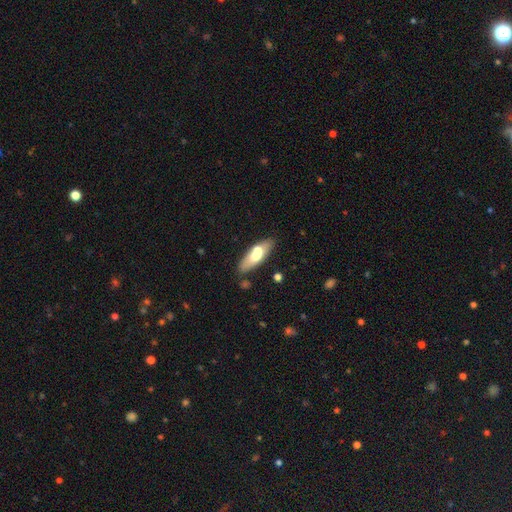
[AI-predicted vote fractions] Overall: smooth (59%; featured or disk 35%). How rounded: in between (59%; cigar-shaped 38%). Merging: none (70%).